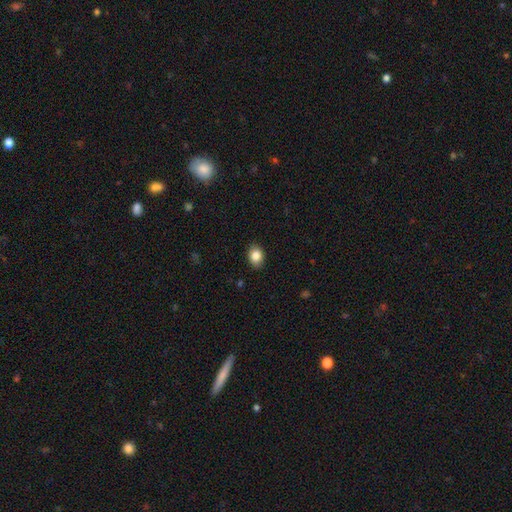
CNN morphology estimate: smooth 85%, star or artifact 9%, featured or disk 6%. Down the decision tree: how rounded — in between (63%); merging — none (88%).